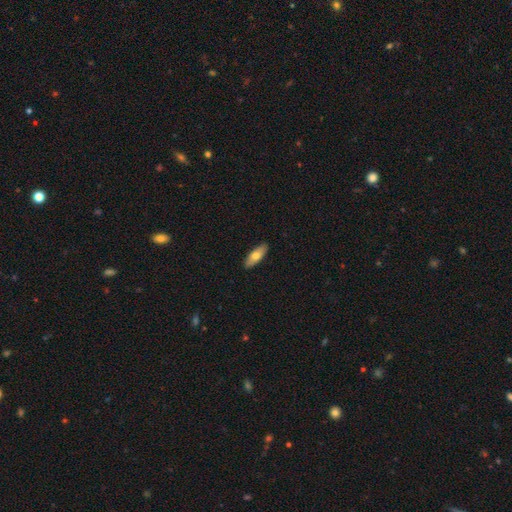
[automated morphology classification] Q: Smooth or featured?
A: smooth (69%); runner-up: featured or disk (25%)
Q: How rounded?
A: in between (63%); runner-up: cigar-shaped (35%)
Q: Merging?
A: none (90%); runner-up: minor disturbance (8%)